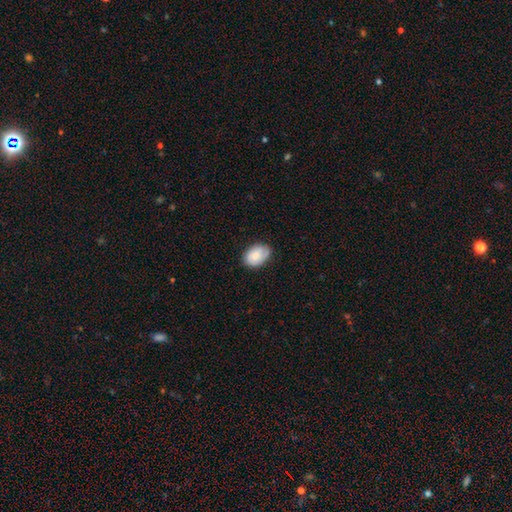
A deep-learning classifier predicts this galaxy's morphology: This is likely a smooth galaxy (78%). How rounded: clearly in between (84%). Merging: likely none (74%).